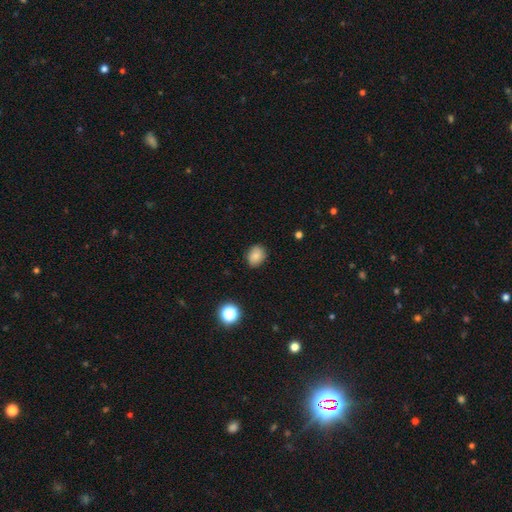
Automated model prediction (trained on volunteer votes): smooth_or_featured: smooth (p=0.84) [alt: star or artifact p=0.10]
how_rounded: in between (p=0.58) [alt: round p=0.41]
merging: none (p=0.84) [alt: minor disturbance p=0.12]